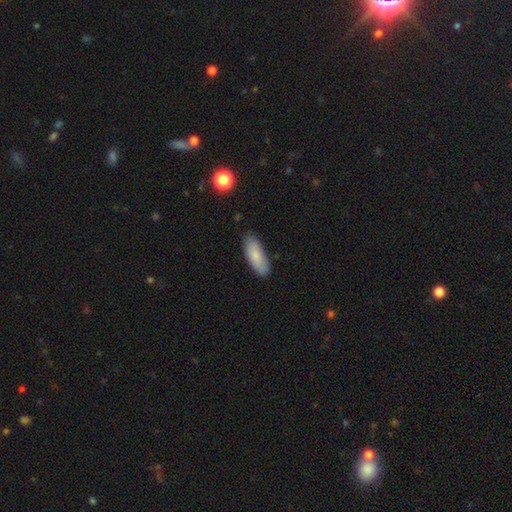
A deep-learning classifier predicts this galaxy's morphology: type=smooth (83%); roundness=in between (72%); merging=none (82%).